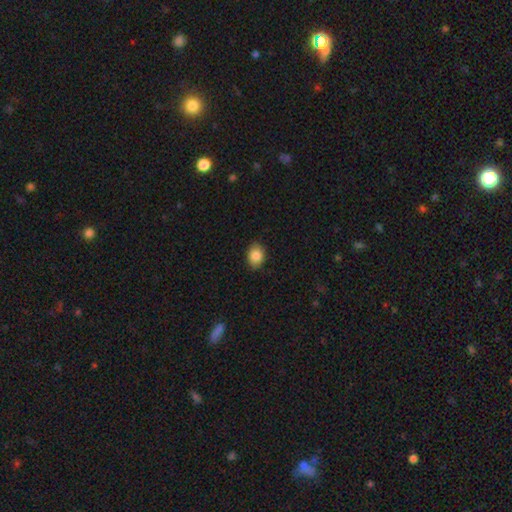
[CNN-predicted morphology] Smooth or featured? Predicted: smooth (p=0.88). How rounded? Predicted: in between (p=0.63). Merging? Predicted: none (p=0.86).